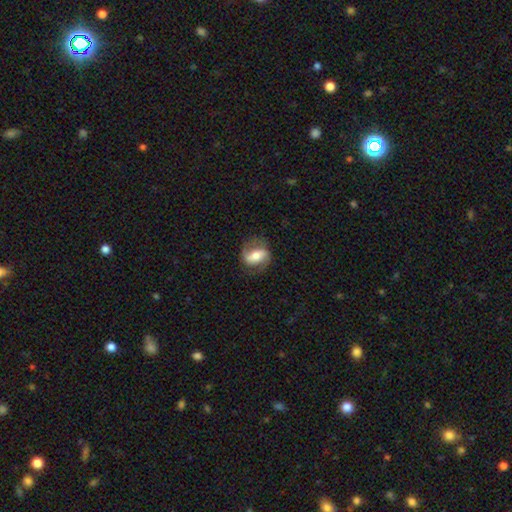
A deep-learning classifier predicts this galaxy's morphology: type=featured or disk (61%); edge-on=no (93%); bar=strong (44%); spiral arms=yes (80%); bulge=moderate (60%); merging=none (72%).